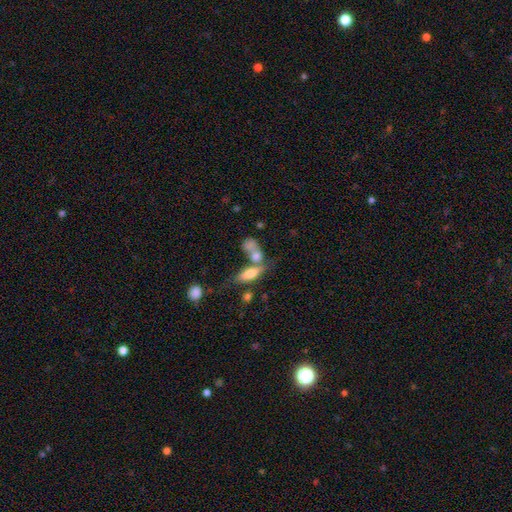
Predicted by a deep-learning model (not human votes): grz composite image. It shows a smooth galaxy with no disk features (72%) that is in between round and cigar-shaped (68%). Merging: merger (50%).